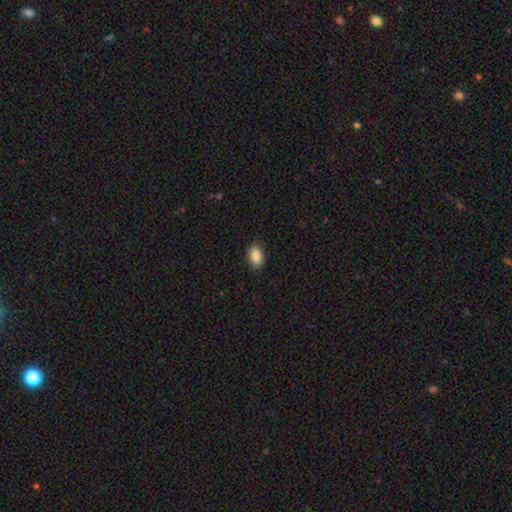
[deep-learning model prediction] A smooth galaxy with no disk features (88%) that is in between round and cigar-shaped (90%).

Vote fractions:
- Smooth or featured? smooth: 88% / star or artifact: 8% / featured or disk: 5%
- How rounded? in between: 90% / round: 7% / cigar-shaped: 2%
- Merging? none: 86% / minor disturbance: 11% / major disturbance: 2% / merger: 1%